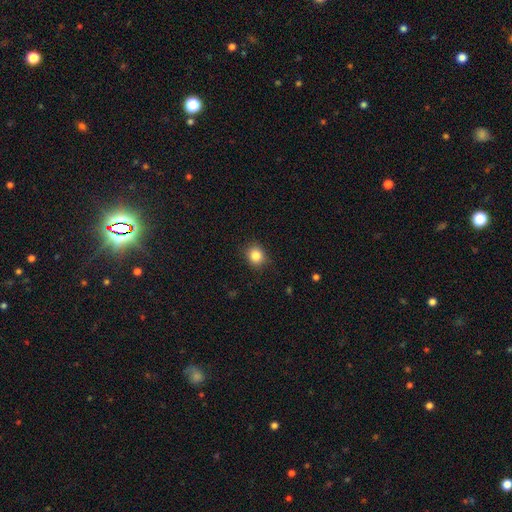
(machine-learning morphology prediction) A smooth galaxy with no disk features (85%) that is round (76%). Merging: none (87%).